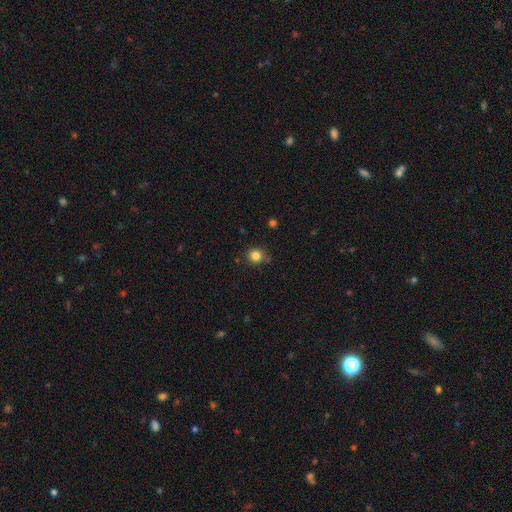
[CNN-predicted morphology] A smooth galaxy with no disk features (83%) that is round (88%). Merging: none (81%).